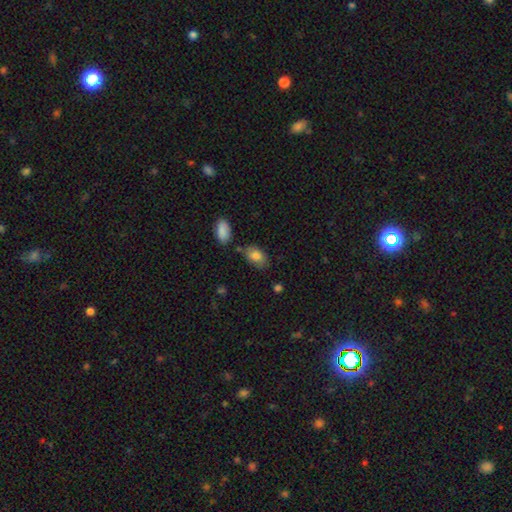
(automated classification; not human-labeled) Smooth or featured?
  - smooth: 81% *
  - featured or disk: 11%
  - star or artifact: 7%
How rounded?
  - in between: 90% *
  - round: 9%
  - cigar-shaped: 2%
Merging?
  - none: 68% *
  - minor disturbance: 21%
  - merger: 6%
  - major disturbance: 5%